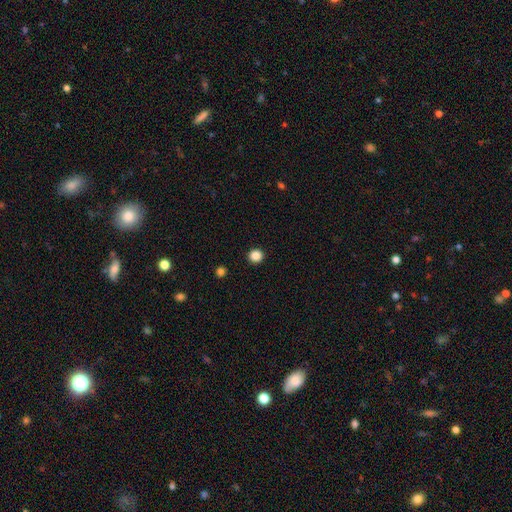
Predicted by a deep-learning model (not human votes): Smooth or featured?
  - smooth: 86% *
  - star or artifact: 11%
  - featured or disk: 3%
How rounded?
  - round: 93% *
  - in between: 6%
  - cigar-shaped: 1%
Merging?
  - none: 93% *
  - minor disturbance: 4%
  - major disturbance: 1%
  - merger: 1%